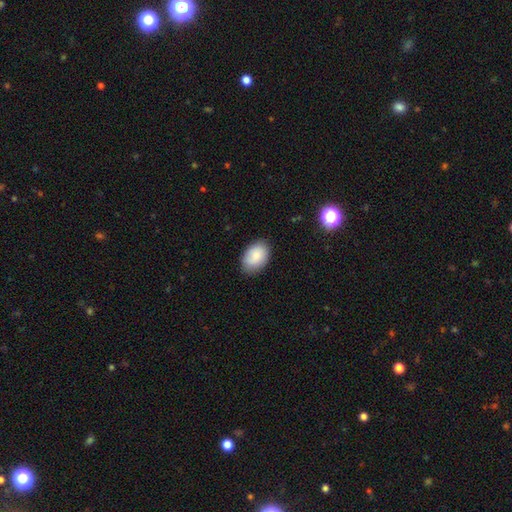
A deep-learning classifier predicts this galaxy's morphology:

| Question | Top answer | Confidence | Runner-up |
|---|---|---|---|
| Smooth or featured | smooth | 86% | featured or disk (8%) |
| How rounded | in between | 86% | round (13%) |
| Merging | none | 83% | minor disturbance (14%) |